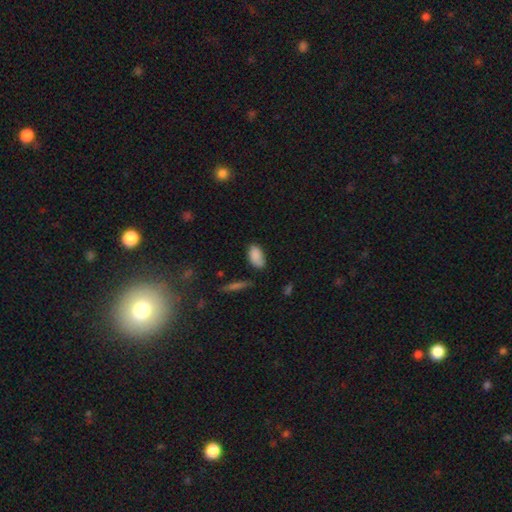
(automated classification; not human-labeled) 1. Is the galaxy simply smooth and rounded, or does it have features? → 86% smooth, 8% star or artifact, 6% featured or disk.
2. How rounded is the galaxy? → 93% in between, 4% cigar-shaped, 3% round.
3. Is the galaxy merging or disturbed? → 69% none, 23% minor disturbance, 5% major disturbance, 3% merger.